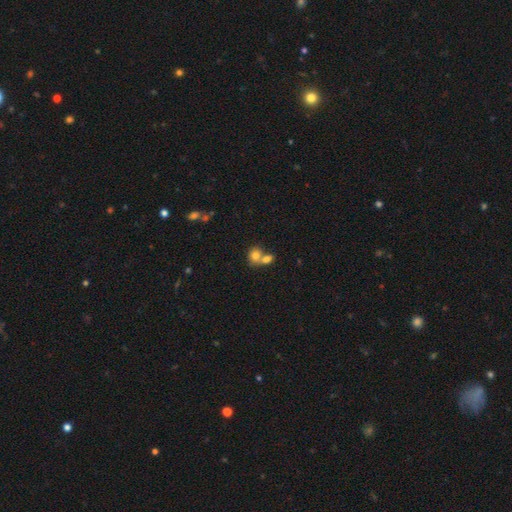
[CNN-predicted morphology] This appears to be a smooth galaxy with no disk features (78%) that is round (55%). Merging: merger (59%).